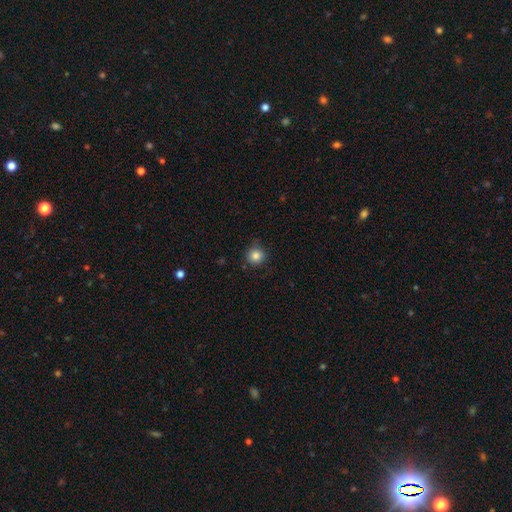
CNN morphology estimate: Smooth or featured: smooth — 84% (star or artifact — 11%)
How rounded: round — 93% (in between — 6%)
Merging: none — 84% (minor disturbance — 12%)